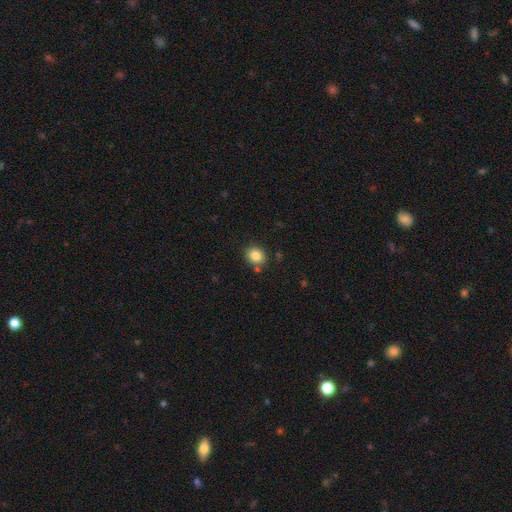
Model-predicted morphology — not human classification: smooth 84%, star or artifact 10%, featured or disk 6%. Down the decision tree: how rounded — round (77%); merging — none (82%).